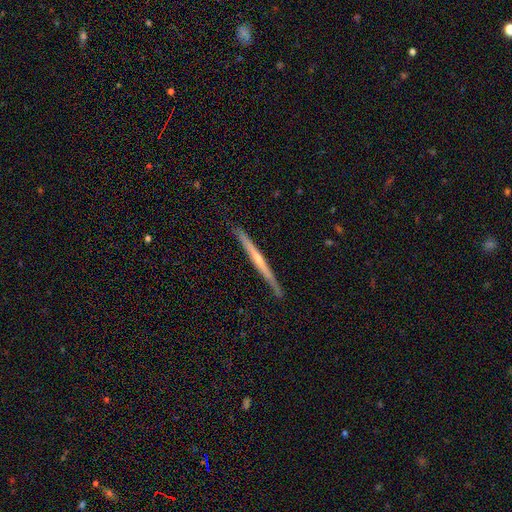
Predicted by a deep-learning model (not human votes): The model was most divided on "edge-on bulge": rounded: 53%, none: 42%, boxy: 6%. More confident: edge-on disk — yes (98%); merging — none (90%); smooth or featured — featured or disk (73%).